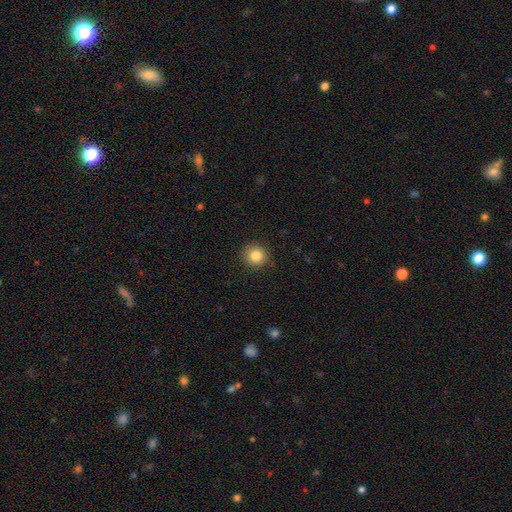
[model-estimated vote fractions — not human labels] The model was most divided on "smooth or featured": smooth: 84%, star or artifact: 10%, featured or disk: 6%. More confident: how rounded — round (90%); merging — none (89%).